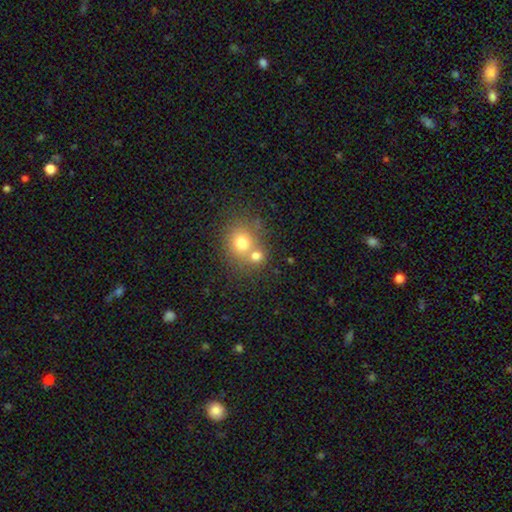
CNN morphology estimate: This appears to be a smooth galaxy with no disk features (73%) that is round (75%). Merging: merger (47%).